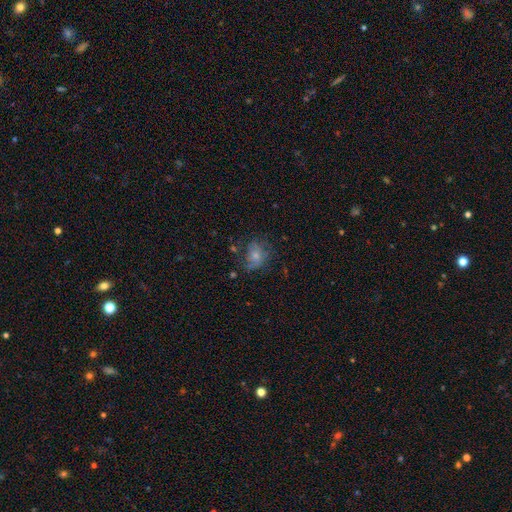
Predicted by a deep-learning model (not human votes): smooth_or_featured: smooth (p=0.63) [alt: featured or disk p=0.26]
how_rounded: in between (p=0.55) [alt: round p=0.44]
merging: none (p=0.51) [alt: minor disturbance p=0.27]